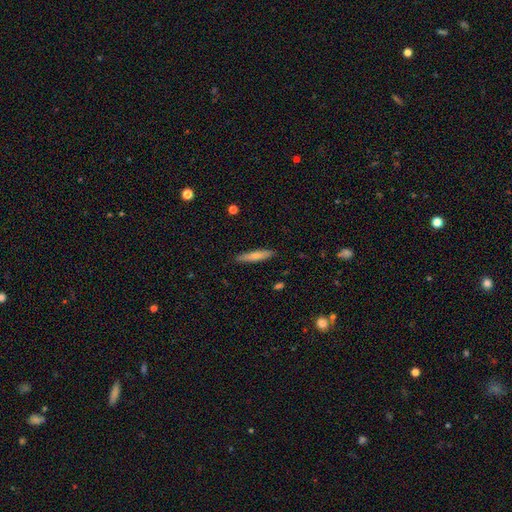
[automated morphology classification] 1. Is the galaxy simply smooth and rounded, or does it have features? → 68% smooth, 26% featured or disk, 6% star or artifact.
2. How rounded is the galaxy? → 87% cigar-shaped, 12% in between, 2% round.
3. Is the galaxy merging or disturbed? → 89% none, 8% minor disturbance, 2% major disturbance, 1% merger.